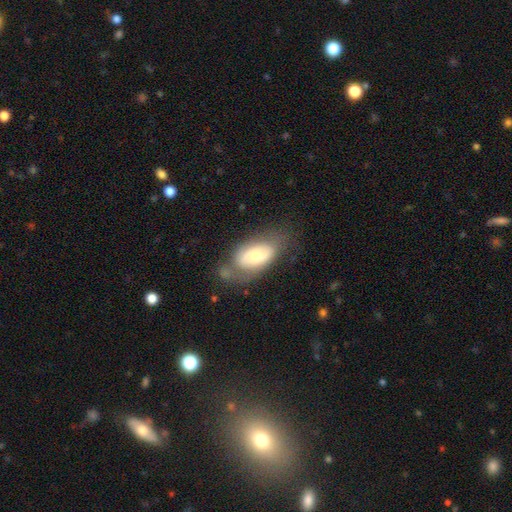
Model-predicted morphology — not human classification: Smooth or featured?
  - smooth: 54% *
  - featured or disk: 38%
  - star or artifact: 8%
How rounded?
  - in between: 91% *
  - round: 5%
  - cigar-shaped: 4%
Merging?
  - none: 54% *
  - minor disturbance: 25%
  - major disturbance: 14%
  - merger: 7%